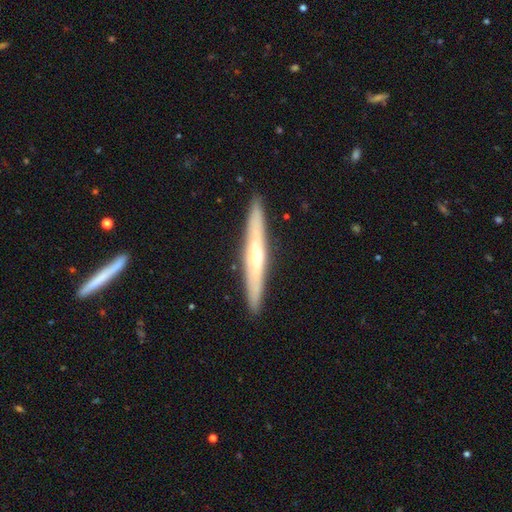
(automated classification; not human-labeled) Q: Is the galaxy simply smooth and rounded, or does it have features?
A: featured or disk — 60%.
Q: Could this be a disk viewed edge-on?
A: yes — 94%.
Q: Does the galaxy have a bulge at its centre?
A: rounded — 72%.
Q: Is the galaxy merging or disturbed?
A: none — 91%.